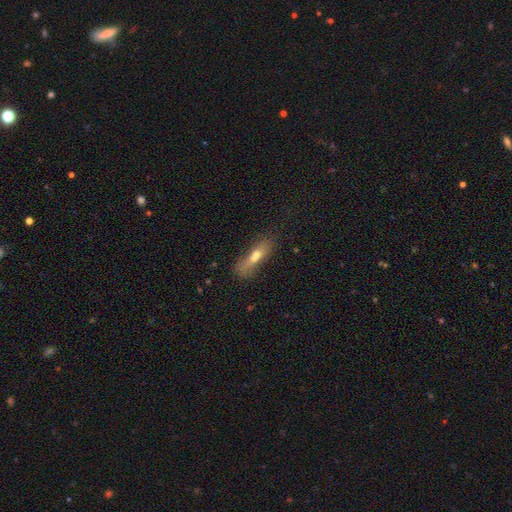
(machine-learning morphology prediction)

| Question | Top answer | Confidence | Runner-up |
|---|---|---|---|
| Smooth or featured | smooth | 57% | featured or disk (31%) |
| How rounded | cigar-shaped | 61% | in between (34%) |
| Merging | none | 50% | minor disturbance (21%) |